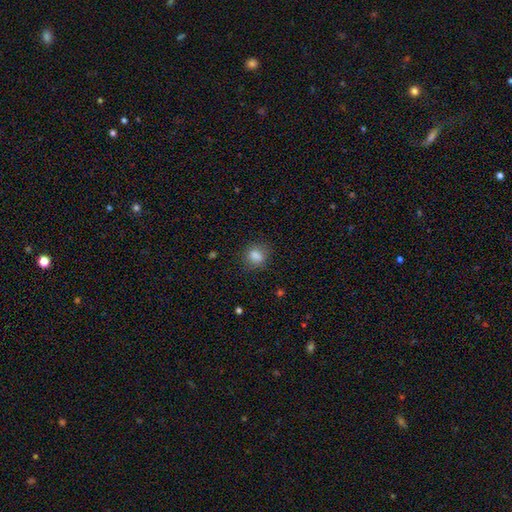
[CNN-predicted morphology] This is clearly a smooth galaxy (83%). How rounded: possibly round (57%). Merging: likely none (75%).